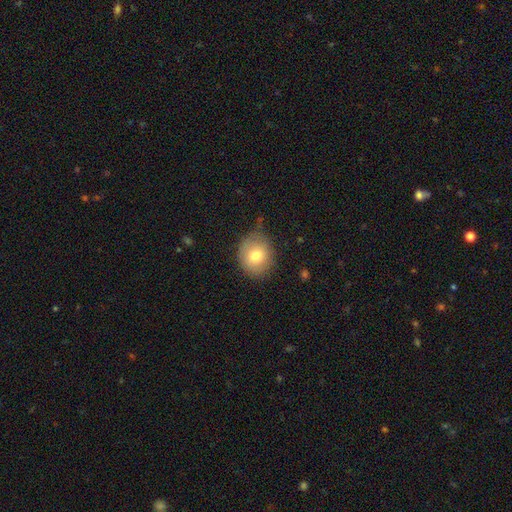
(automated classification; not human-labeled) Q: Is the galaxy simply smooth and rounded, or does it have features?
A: smooth — 77%.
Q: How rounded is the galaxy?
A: round — 75%.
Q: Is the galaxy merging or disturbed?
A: none — 71%.